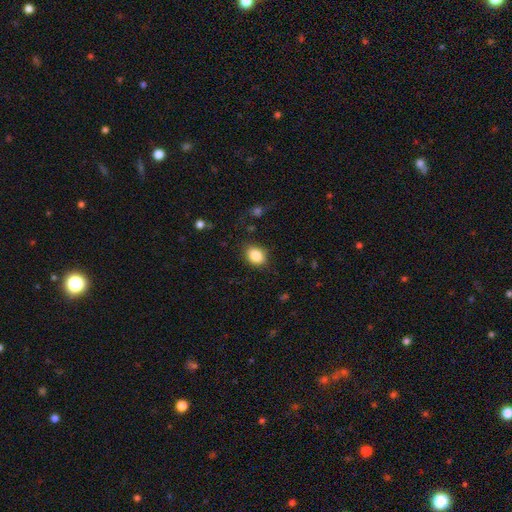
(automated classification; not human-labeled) smooth-or-featured: smooth: 86% | star or artifact: 9% | featured or disk: 5%
  how-rounded: in between: 60% | round: 39% | cigar-shaped: 1%
  merging: none: 85% | minor disturbance: 10% | major disturbance: 3% | merger: 1%